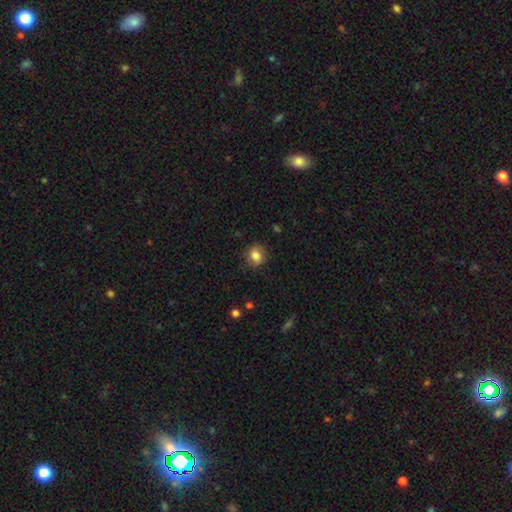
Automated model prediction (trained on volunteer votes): This appears to be a smooth galaxy with no disk features (83%) that is round (69%). Merging: none (84%).